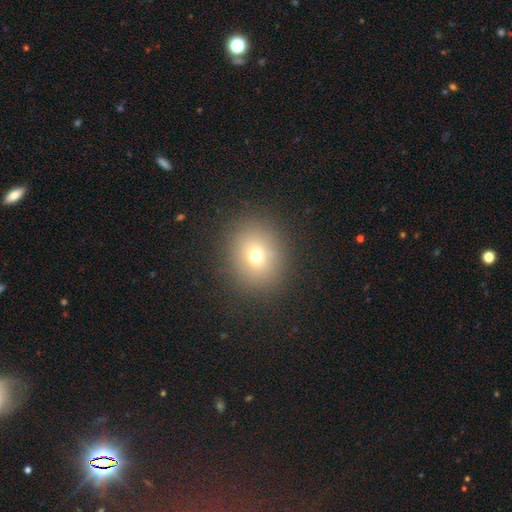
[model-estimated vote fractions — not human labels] Morphology: type=smooth (70%); roundness=round (77%); merging=none (87%).